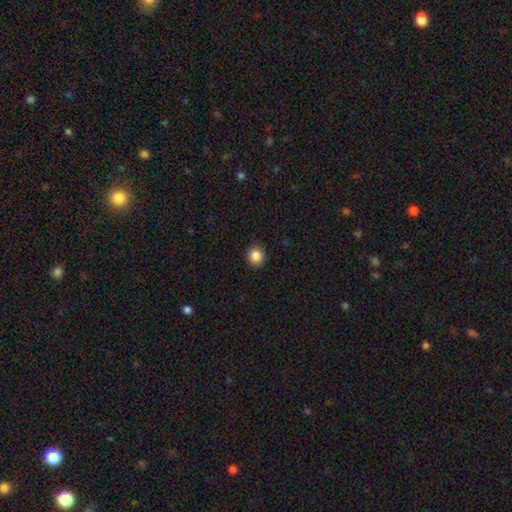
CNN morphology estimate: Smooth or featured: smooth — 87% (star or artifact — 10%)
How rounded: round — 87% (in between — 12%)
Merging: none — 91% (minor disturbance — 6%)